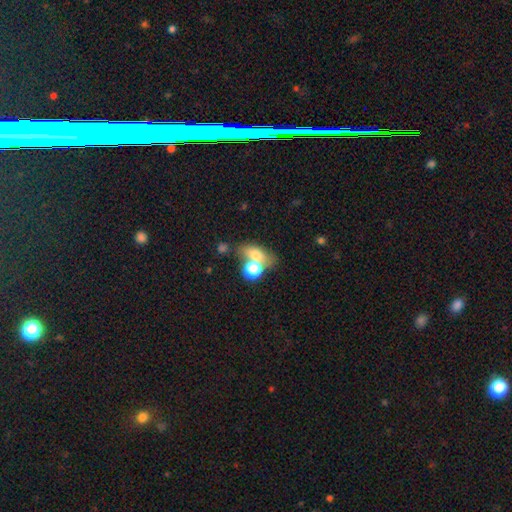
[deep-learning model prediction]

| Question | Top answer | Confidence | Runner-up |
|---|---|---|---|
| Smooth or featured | smooth | 65% | featured or disk (22%) |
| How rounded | in between | 67% | round (26%) |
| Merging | merger | 41% | tied: none (41%) |